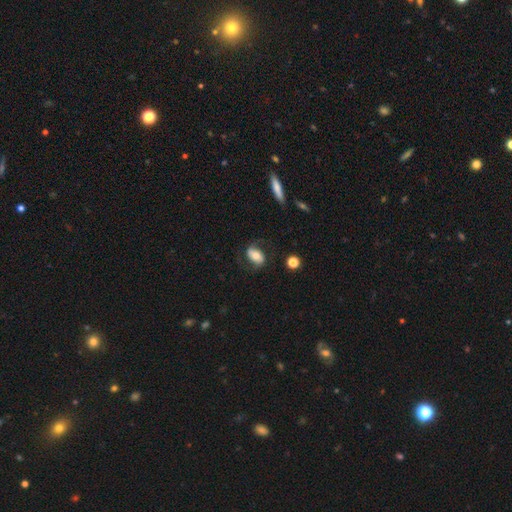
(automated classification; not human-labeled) A smooth galaxy with no disk features (46%).

Vote fractions:
- Smooth or featured? smooth: 46% / featured or disk: 45% / star or artifact: 8%
- Merging? none: 68% / minor disturbance: 18% / major disturbance: 12% / merger: 2%